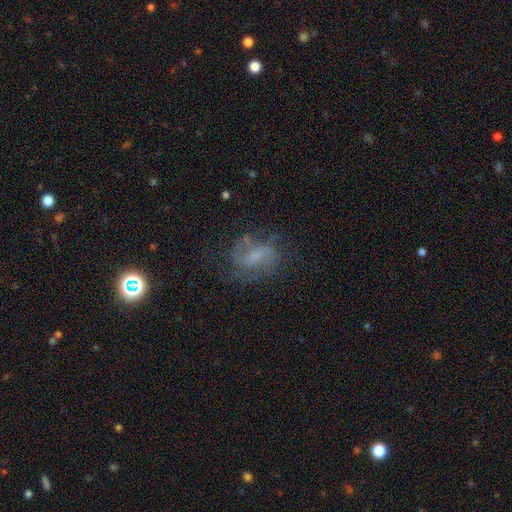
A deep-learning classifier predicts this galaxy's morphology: Smooth or featured?
  - featured or disk: 61% *
  - smooth: 26%
  - star or artifact: 13%
Edge-on disk?
  - no: 95% *
  - yes: 5%
Bar?
  - weak: 44% *
  - no: 29%
  - strong: 26%
Spiral arms?
  - yes: 78% *
  - no: 22%
Bulge size?
  - none: 45% *
  - small: 25%
  - moderate: 21%
  - large: 7%
  - dominant: 2%
Merging?
  - none: 57% *
  - minor disturbance: 21%
  - major disturbance: 20%
  - merger: 3%